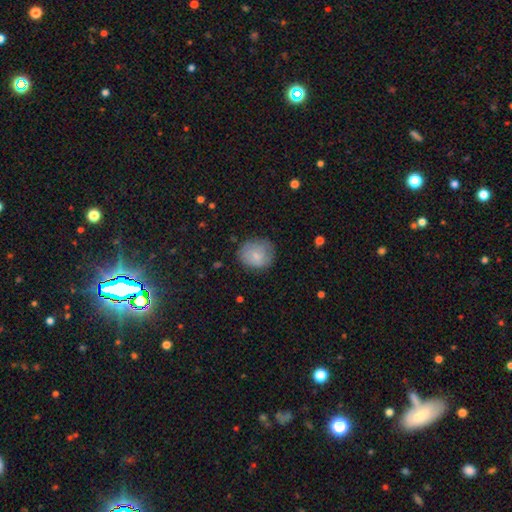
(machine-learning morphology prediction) This is likely a smooth galaxy (71%). How rounded: likely round (74%). Merging: likely none (73%).